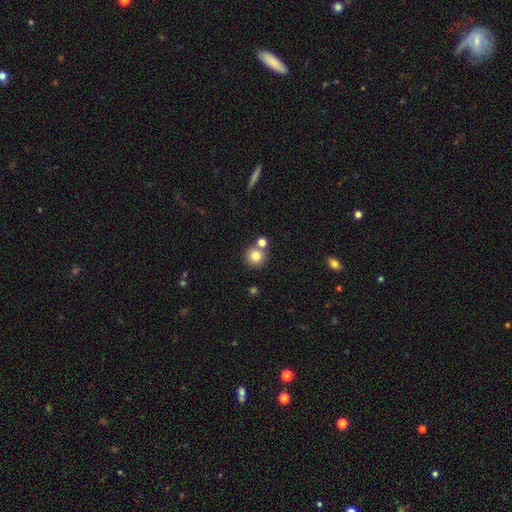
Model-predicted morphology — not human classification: smooth-or-featured: smooth: 80% | star or artifact: 11% | featured or disk: 9%
  how-rounded: round: 93% | in between: 7% | cigar-shaped: 1%
  merging: none: 67% | merger: 23% | minor disturbance: 7% | major disturbance: 3%